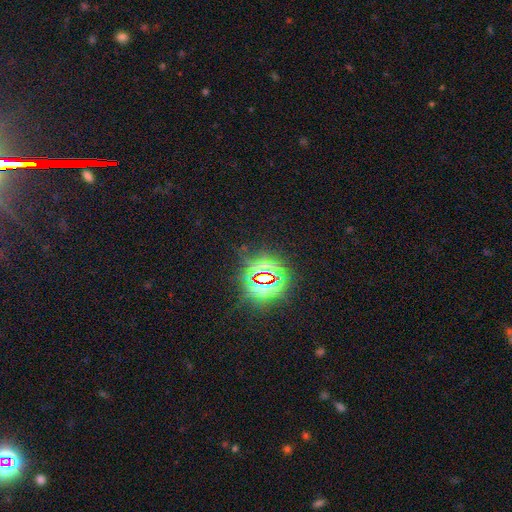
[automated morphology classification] Smooth or featured?
  - star or artifact: 81% *
  - smooth: 12%
  - featured or disk: 7%